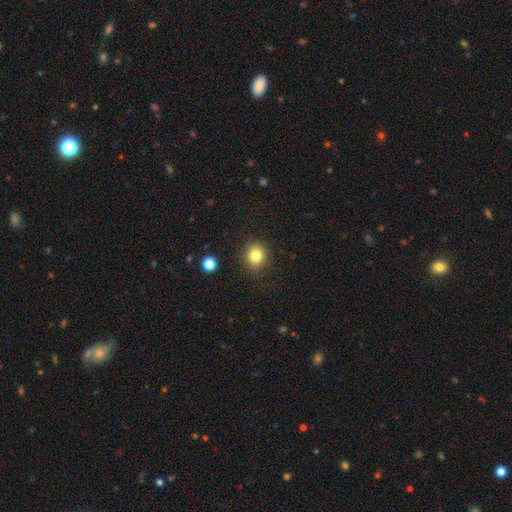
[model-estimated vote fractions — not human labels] Smooth or featured?
  - smooth: 82% *
  - star or artifact: 11%
  - featured or disk: 7%
How rounded?
  - round: 79% *
  - in between: 20%
  - cigar-shaped: 1%
Merging?
  - none: 88% *
  - minor disturbance: 8%
  - major disturbance: 3%
  - merger: 2%